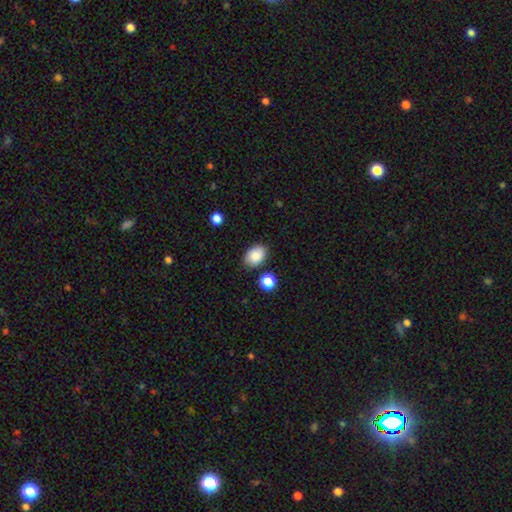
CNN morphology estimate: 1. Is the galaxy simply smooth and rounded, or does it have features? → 88% smooth, 8% star or artifact, 5% featured or disk.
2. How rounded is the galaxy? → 83% in between, 16% round, 1% cigar-shaped.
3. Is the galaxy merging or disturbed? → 82% none, 11% minor disturbance, 4% merger, 3% major disturbance.